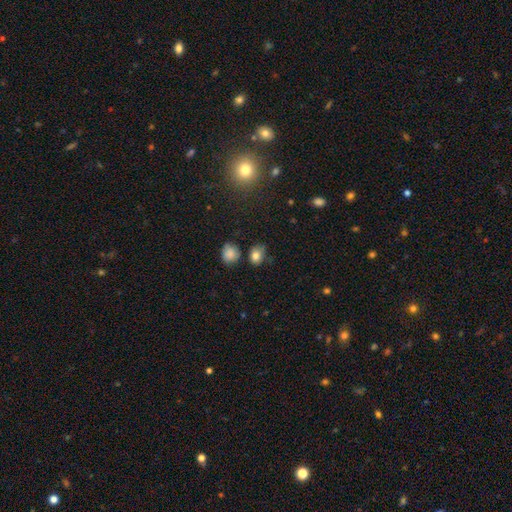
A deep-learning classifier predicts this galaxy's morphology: This appears to be a smooth galaxy with no disk features (80%) that is round (51%). Merging: none (60%).